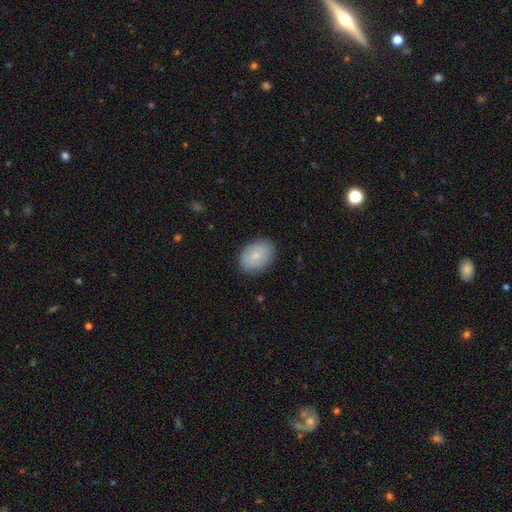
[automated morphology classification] A smooth galaxy with no disk features (81%) that is in between round and cigar-shaped (80%).

Vote fractions:
- Smooth or featured? smooth: 81% / featured or disk: 13% / star or artifact: 7%
- How rounded? in between: 80% / round: 19% / cigar-shaped: 1%
- Merging? none: 86% / minor disturbance: 11% / major disturbance: 3% / merger: 1%